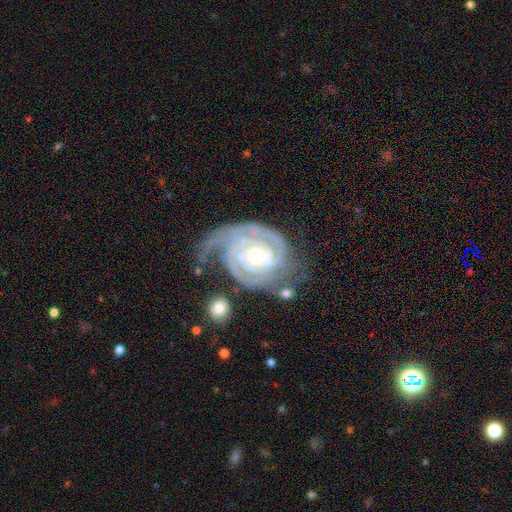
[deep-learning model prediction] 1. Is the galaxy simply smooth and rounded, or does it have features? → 91% featured or disk, 5% star or artifact, 4% smooth.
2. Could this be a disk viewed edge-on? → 97% no, 3% yes.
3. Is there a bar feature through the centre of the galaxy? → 69% no, 23% weak, 9% strong.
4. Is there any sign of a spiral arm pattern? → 97% yes, 3% no.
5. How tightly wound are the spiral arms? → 74% tight, 21% medium, 5% loose.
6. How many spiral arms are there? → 37% 2, 22% 3, 20% can't tell, 8% 4, 6% 1, 6% more than 4.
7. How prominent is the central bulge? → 50% moderate, 46% small, 3% large, 1% none, 1% dominant.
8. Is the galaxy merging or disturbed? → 49% none, 24% minor disturbance, 20% major disturbance, 7% merger.